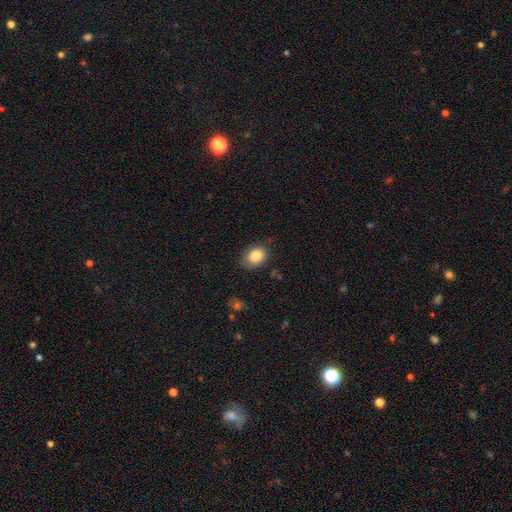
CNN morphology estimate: This is clearly a smooth galaxy (84%). How rounded: possibly in between (60%). Merging: likely none (78%).